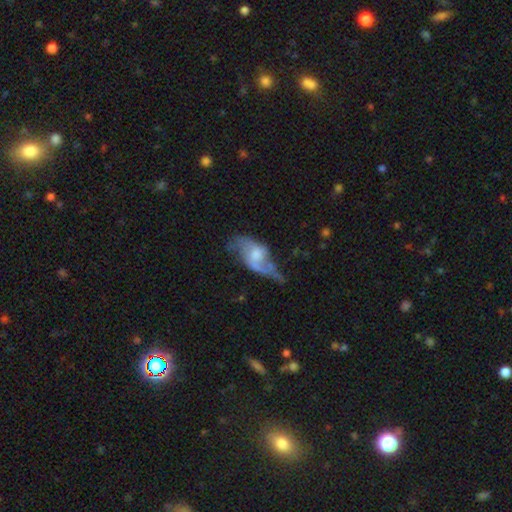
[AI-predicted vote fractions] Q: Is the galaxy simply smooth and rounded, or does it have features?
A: featured or disk — 69%.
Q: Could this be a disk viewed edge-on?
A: no — 91%.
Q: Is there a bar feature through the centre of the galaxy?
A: no — 60%.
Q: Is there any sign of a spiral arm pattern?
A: yes — 78%.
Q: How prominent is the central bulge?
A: moderate — 52%.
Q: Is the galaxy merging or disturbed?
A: none — 36%.